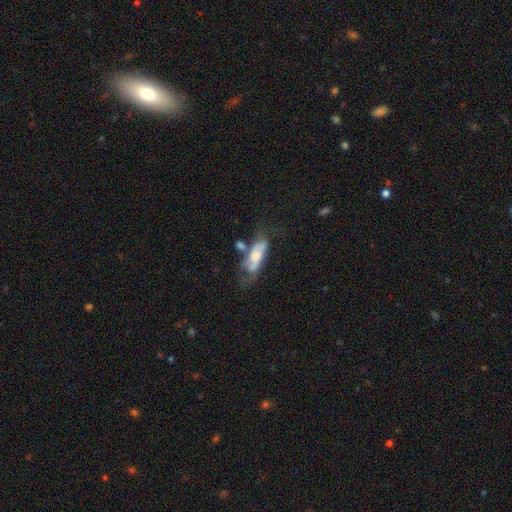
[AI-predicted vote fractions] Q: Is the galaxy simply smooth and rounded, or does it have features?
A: smooth — 47%.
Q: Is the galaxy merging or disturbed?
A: none — 33%.